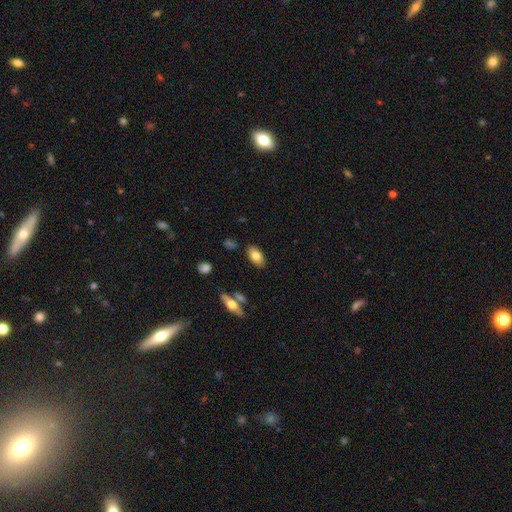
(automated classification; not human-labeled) smooth 77%, featured or disk 16%, star or artifact 7%. Down the decision tree: how rounded — in between (92%); merging — none (84%).